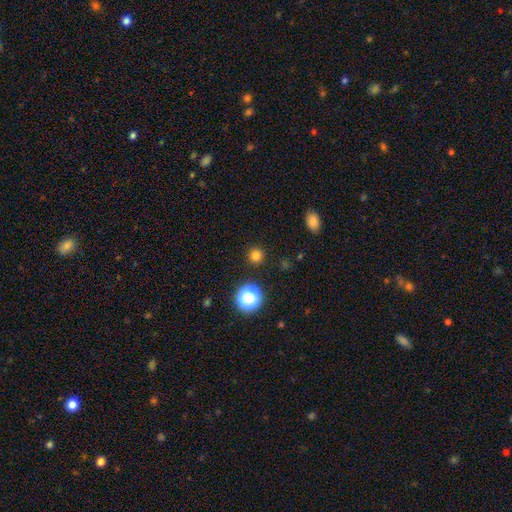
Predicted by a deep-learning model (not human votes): Smooth or featured? smooth (77%)
How rounded? round (94%)
Merging? none (91%)